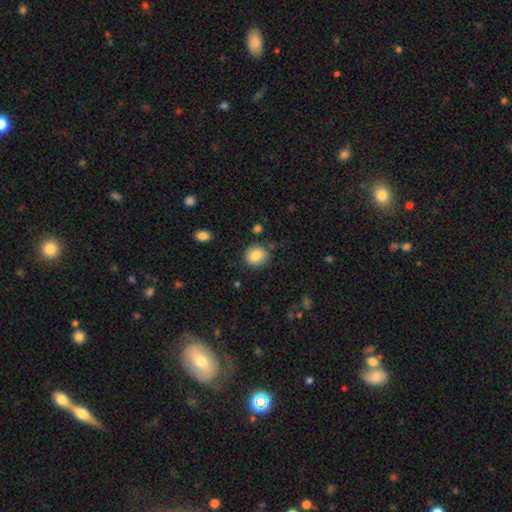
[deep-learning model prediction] Overall: smooth (83%). How rounded: round (84%). Merging: none (83%).